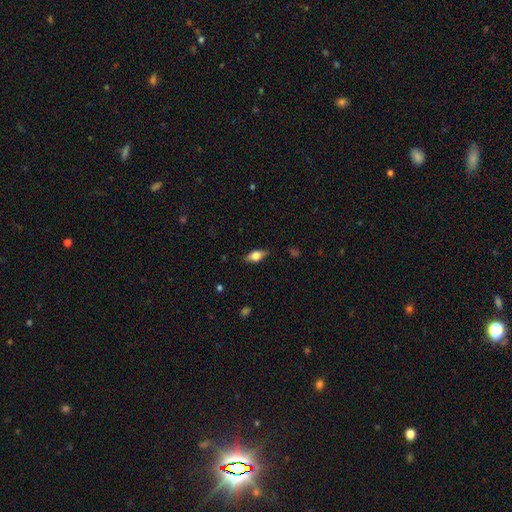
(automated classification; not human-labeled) A smooth galaxy with no disk features (65%) that is in between round and cigar-shaped (81%).

Vote fractions:
- Smooth or featured? smooth: 65% / featured or disk: 28% / star or artifact: 8%
- How rounded? in between: 81% / cigar-shaped: 14% / round: 5%
- Merging? none: 83% / minor disturbance: 13% / major disturbance: 3% / merger: 1%